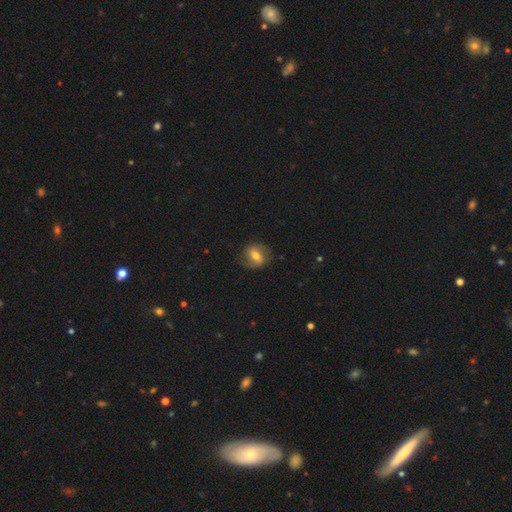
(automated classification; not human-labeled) smooth-or-featured: featured or disk: 48% | smooth: 44% | star or artifact: 8%
  merging: none: 74% | minor disturbance: 17% | major disturbance: 8% | merger: 1%